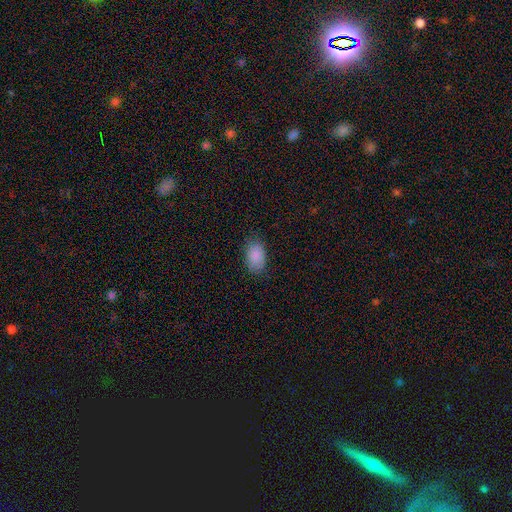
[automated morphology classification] Smooth or featured: smooth — 88% (star or artifact — 7%)
How rounded: in between — 91% (round — 8%)
Merging: none — 80% (minor disturbance — 15%)